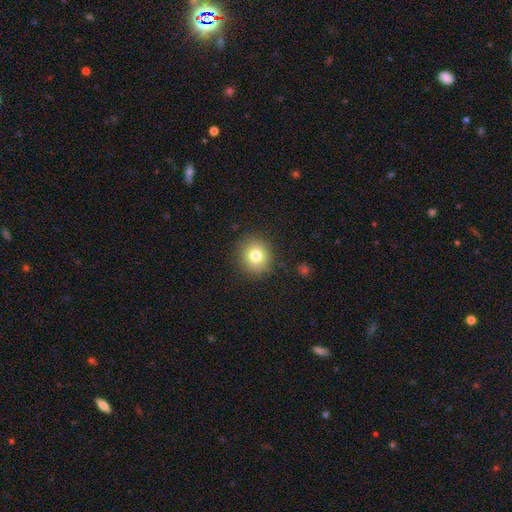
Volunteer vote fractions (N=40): smooth_or_featured: smooth (p=0.80) [alt: featured or disk p=0.10]
how_rounded: round (p=0.97) [alt: in between p=0.03]
merging: none (p=0.97) [alt: minor disturbance p=0.03]